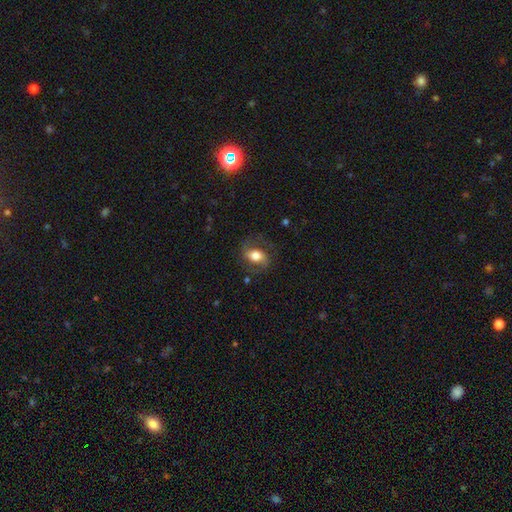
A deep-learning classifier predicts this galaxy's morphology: This appears to be a featured or disk galaxy (46%, tied with smooth). Merging: none (68%).